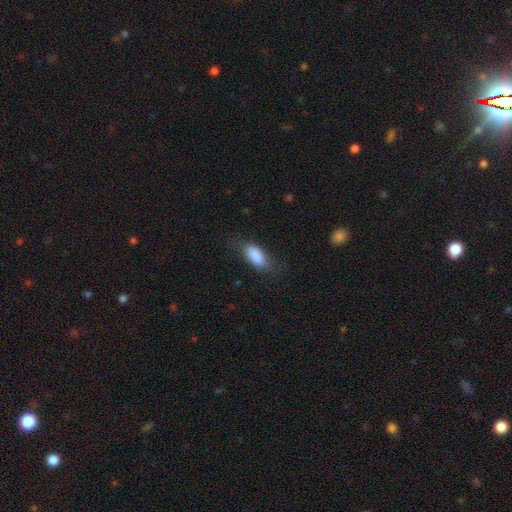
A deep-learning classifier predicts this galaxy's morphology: Smooth or featured: smooth — 87% (featured or disk — 7%)
How rounded: in between — 86% (cigar-shaped — 11%)
Merging: none — 70% (minor disturbance — 21%)